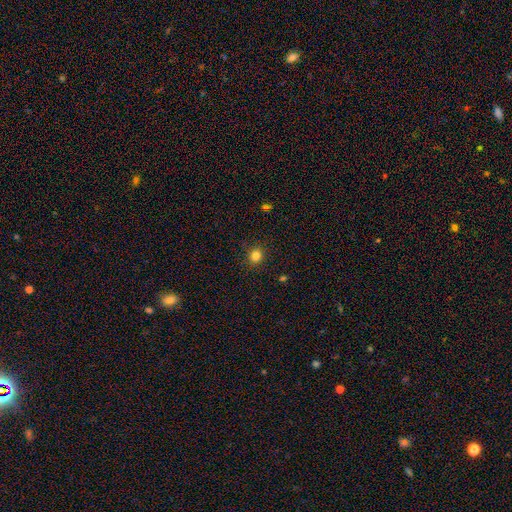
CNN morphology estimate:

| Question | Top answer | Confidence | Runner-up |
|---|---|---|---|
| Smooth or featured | smooth | 83% | star or artifact (13%) |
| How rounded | round | 84% | in between (15%) |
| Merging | none | 90% | minor disturbance (6%) |